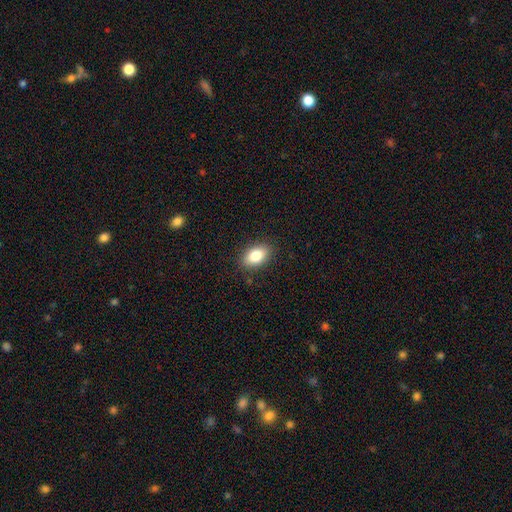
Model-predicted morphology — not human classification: This is clearly a smooth galaxy (83%). How rounded: clearly in between (89%). Merging: clearly none (87%).